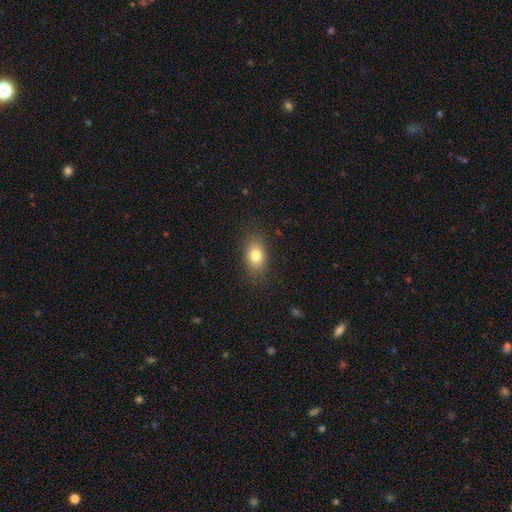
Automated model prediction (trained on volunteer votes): Smooth or featured?
  - smooth: 79% *
  - featured or disk: 11%
  - star or artifact: 10%
How rounded?
  - in between: 80% *
  - round: 17%
  - cigar-shaped: 3%
Merging?
  - none: 84% *
  - minor disturbance: 11%
  - major disturbance: 4%
  - merger: 1%